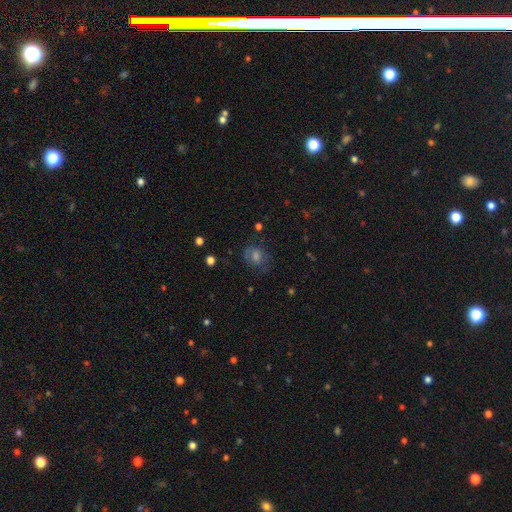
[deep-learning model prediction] smooth_or_featured: smooth (p=0.49) [alt: featured or disk p=0.28]
merging: none (p=0.71) [alt: minor disturbance p=0.18]